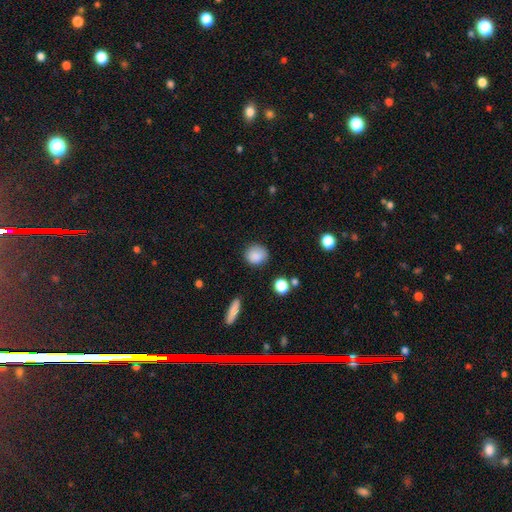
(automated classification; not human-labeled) Q: Smooth or featured?
A: smooth (87%); runner-up: star or artifact (9%)
Q: How rounded?
A: round (76%); runner-up: in between (22%)
Q: Merging?
A: none (82%); runner-up: minor disturbance (13%)